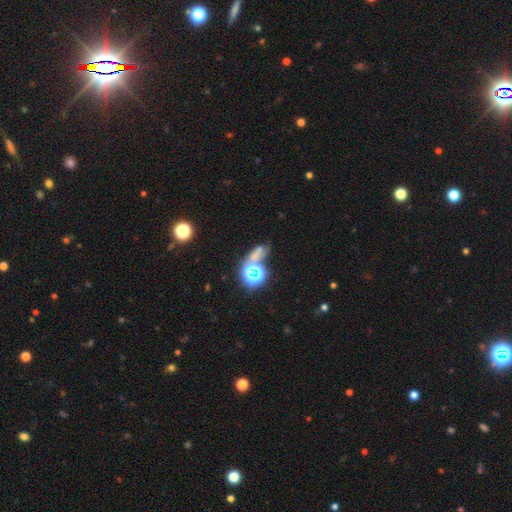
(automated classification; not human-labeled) Q: Smooth or featured?
A: star or artifact (43%); runner-up: smooth (40%)